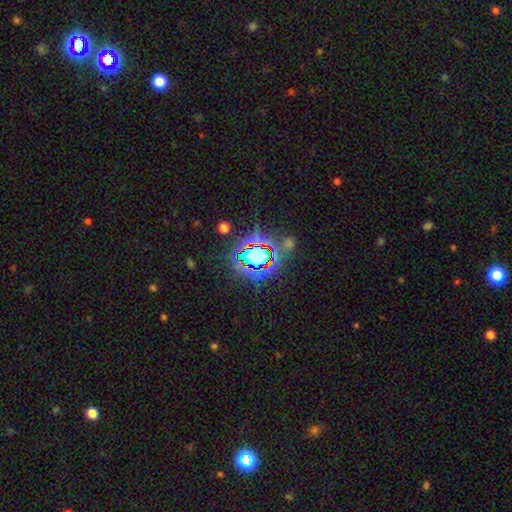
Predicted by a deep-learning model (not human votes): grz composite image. It shows a star or artifact, not a galaxy (69%).